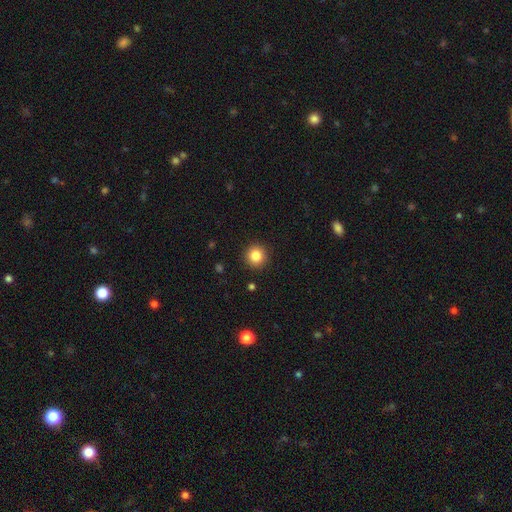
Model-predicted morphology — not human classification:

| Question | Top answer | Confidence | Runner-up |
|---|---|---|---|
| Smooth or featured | smooth | 85% | star or artifact (10%) |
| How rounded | round | 95% | in between (4%) |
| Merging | none | 92% | minor disturbance (5%) |